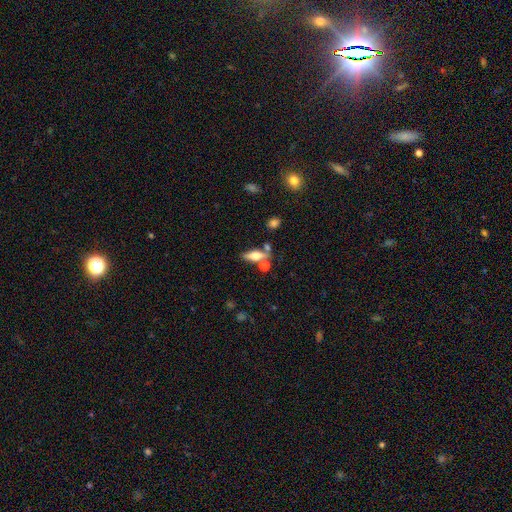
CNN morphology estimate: This appears to be a smooth galaxy with no disk features (53%) that is in between round and cigar-shaped (59%). Merging: none (58%).